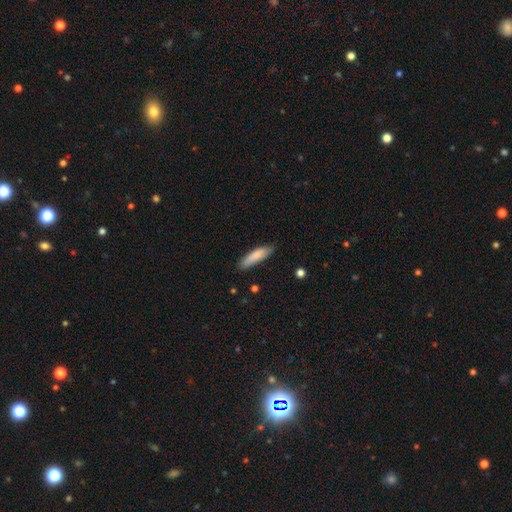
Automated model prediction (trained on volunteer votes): The model was most divided on "how rounded": cigar-shaped: 70%, in between: 29%, round: 1%. More confident: smooth or featured — smooth (82%); merging — none (80%).